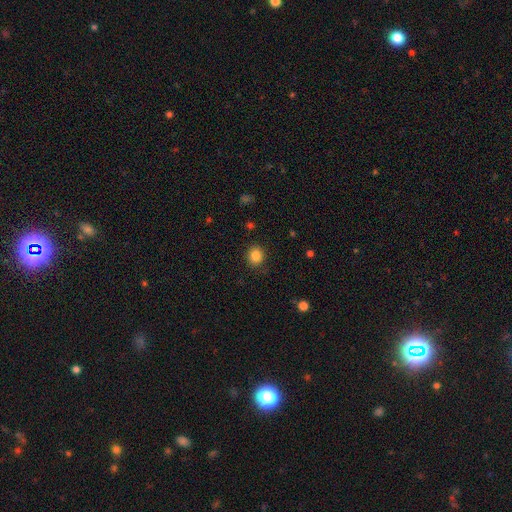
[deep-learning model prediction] smooth 85%, star or artifact 11%, featured or disk 5%. Down the decision tree: how rounded — round (79%); merging — none (89%).